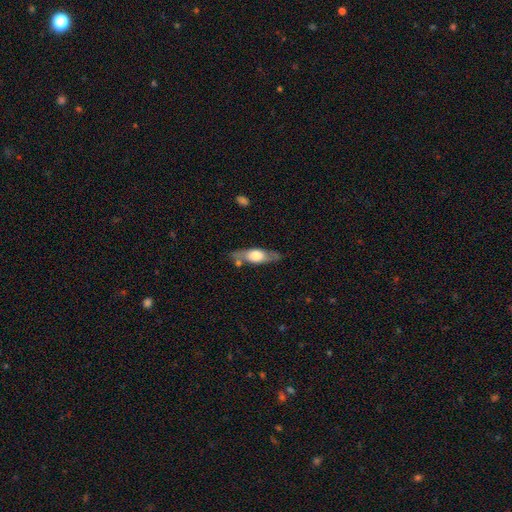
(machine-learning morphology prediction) Smooth or featured? featured or disk (48%)
Merging? none (73%)